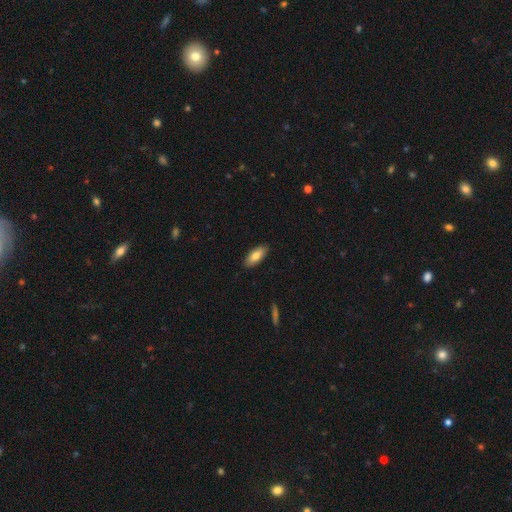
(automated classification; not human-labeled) Morphology: type=smooth (79%); roundness=in between (81%); merging=none (89%).